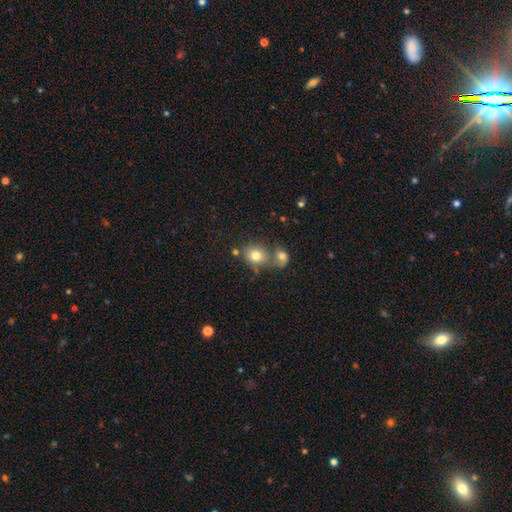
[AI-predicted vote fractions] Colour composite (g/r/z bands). It shows a smooth galaxy with no disk features (78%) that is round (63%). Merging: none (49%).